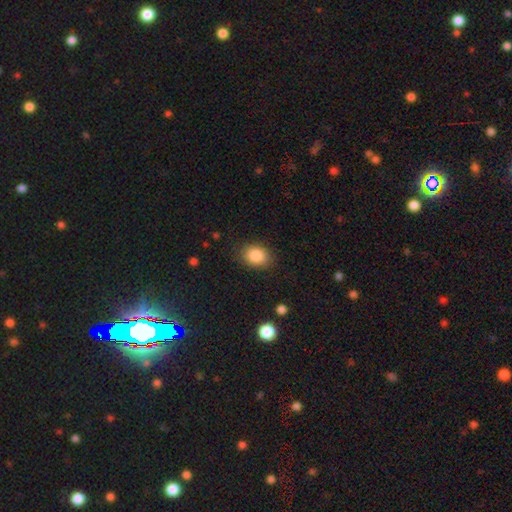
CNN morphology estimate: type=smooth (86%); roundness=in between (63%); merging=none (84%).